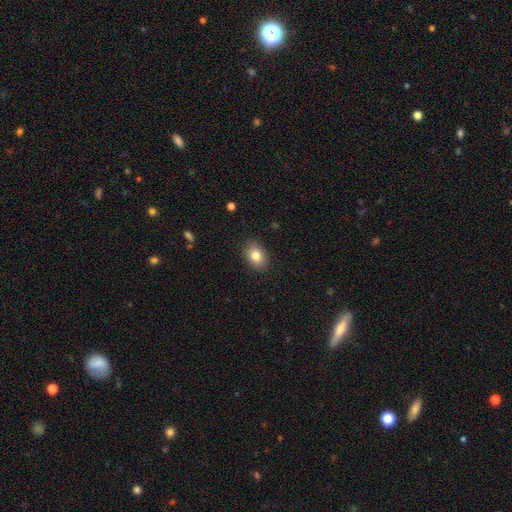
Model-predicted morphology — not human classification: Q: Smooth or featured?
A: smooth (83%); runner-up: featured or disk (9%)
Q: How rounded?
A: in between (76%); runner-up: round (23%)
Q: Merging?
A: none (87%); runner-up: minor disturbance (9%)